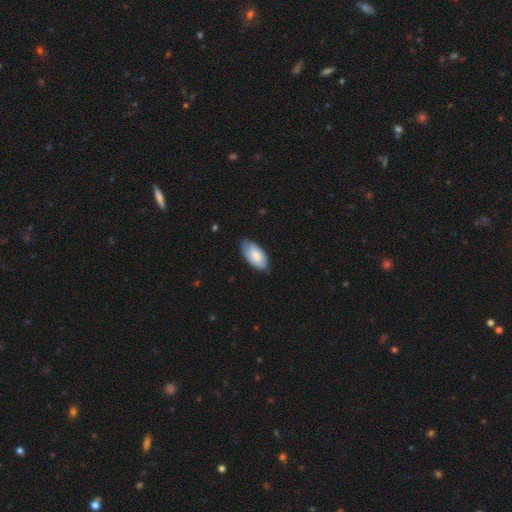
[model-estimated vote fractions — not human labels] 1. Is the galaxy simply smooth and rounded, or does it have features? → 75% smooth, 19% featured or disk, 6% star or artifact.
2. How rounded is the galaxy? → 94% in between, 4% cigar-shaped, 2% round.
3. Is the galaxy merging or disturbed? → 72% none, 23% minor disturbance, 4% major disturbance, 1% merger.